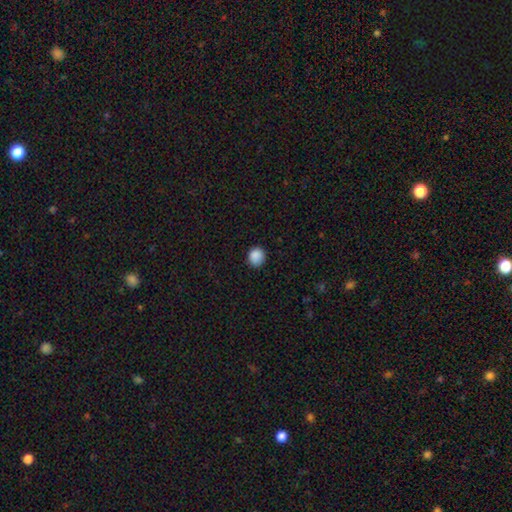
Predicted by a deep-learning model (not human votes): The model was most divided on "how rounded": round: 78%, in between: 21%, cigar-shaped: 1%. More confident: smooth or featured — smooth (88%); merging — none (83%).